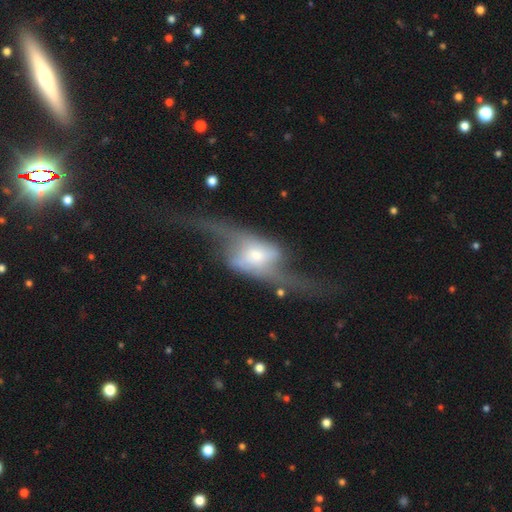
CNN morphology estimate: type=featured or disk (77%); edge-on=no (69%); bar=no (51%); spiral arms=yes (77%); bulge=moderate (42%); merging=major disturbance (41%).